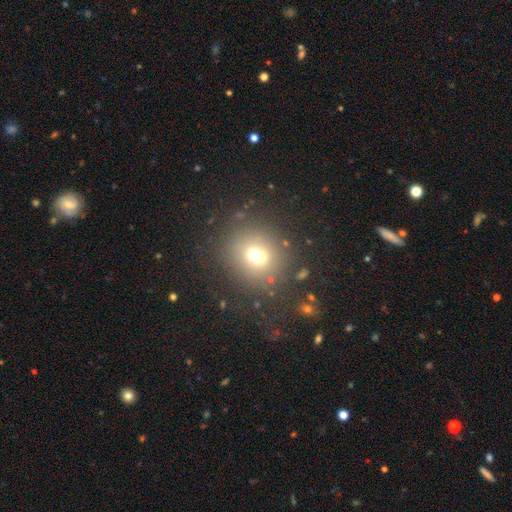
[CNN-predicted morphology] A smooth galaxy with no disk features (65%) that is round (83%).

Vote fractions:
- Smooth or featured? smooth: 65% / star or artifact: 19% / featured or disk: 16%
- How rounded? round: 83% / in between: 16% / cigar-shaped: 1%
- Merging? none: 66% / merger: 17% / minor disturbance: 11% / major disturbance: 6%